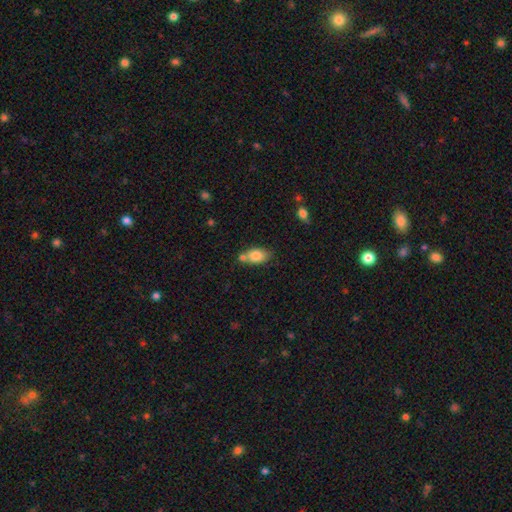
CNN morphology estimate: type=smooth (82%); roundness=in between (86%); merging=none (56%).